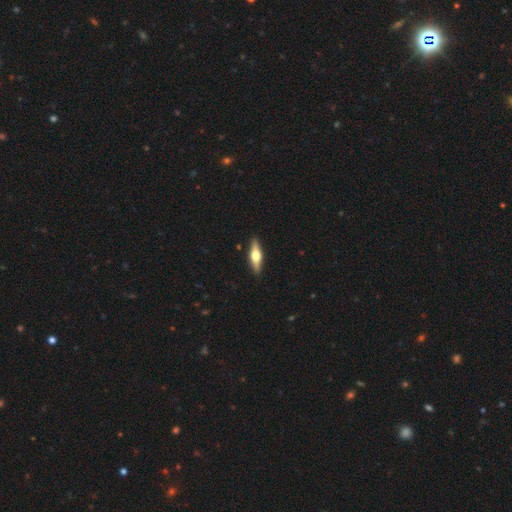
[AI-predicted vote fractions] featured or disk 58%, smooth 36%, star or artifact 5%. Down the decision tree: edge-on disk — yes (95%); edge-on bulge — rounded (94%); merging — none (90%).